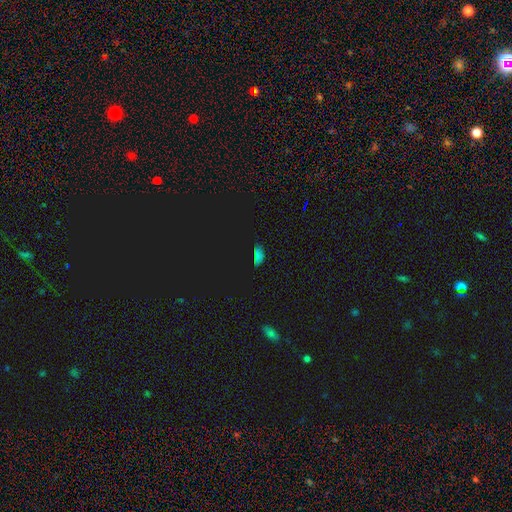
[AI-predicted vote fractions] Overall: star or artifact (58%; smooth 35%).